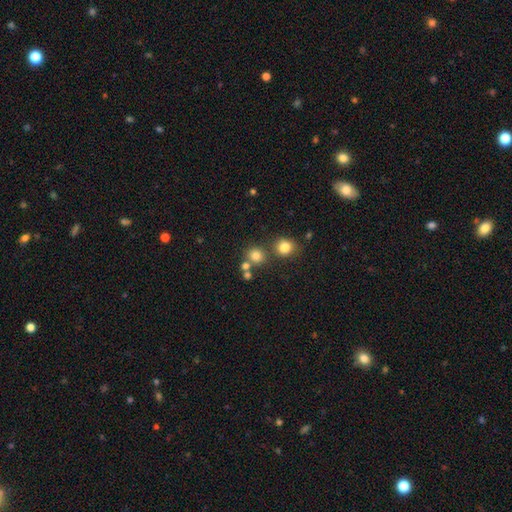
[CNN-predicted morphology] type=smooth (77%); roundness=round (86%); merging=none (67%).